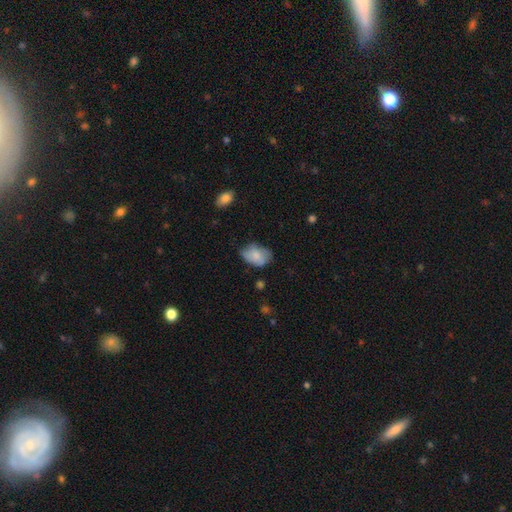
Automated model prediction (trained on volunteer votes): Morphology: type=smooth (77%); roundness=in between (81%); merging=none (54%).